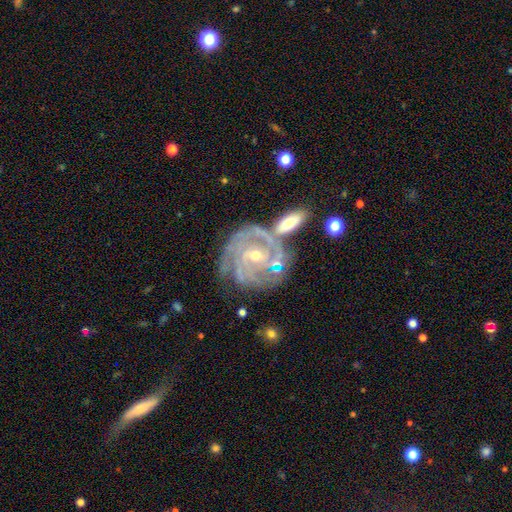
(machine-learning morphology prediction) smooth_or_featured: featured or disk (p=0.88) [alt: star or artifact p=0.06]
disk_edge_on: no (p=0.97) [alt: yes p=0.03]
bar: no (p=0.51) [alt: weak p=0.36]
has_spiral_arms: yes (p=0.96) [alt: no p=0.04]
spiral_winding: tight (p=0.73) [alt: medium p=0.22]
spiral_arm_count: 3 (p=0.27) [tied with: can't tell p=0.27]
bulge_size: small (p=0.62) [alt: moderate p=0.35]
merging: none (p=0.55) [alt: minor disturbance p=0.19]